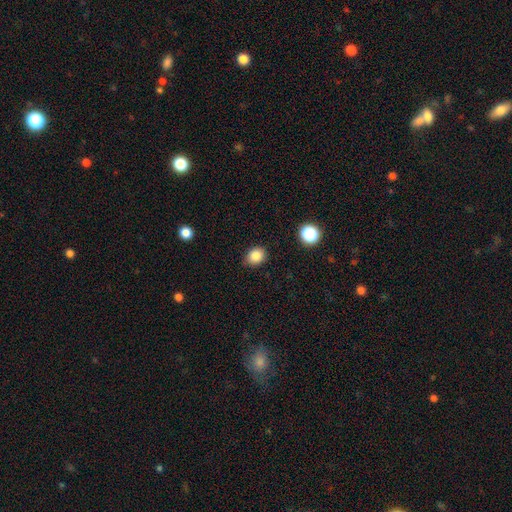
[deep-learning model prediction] Morphology: type=smooth (85%); roundness=round (57%); merging=none (85%).